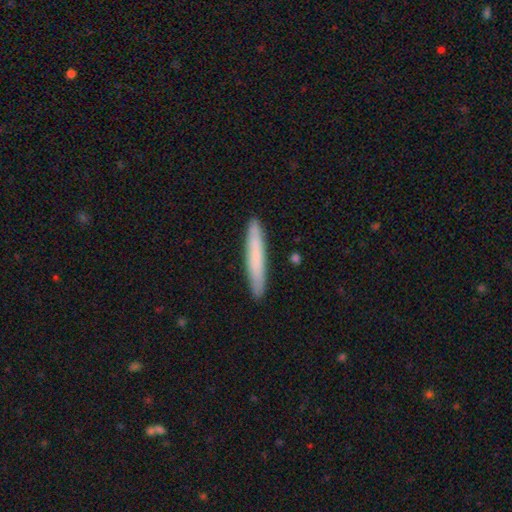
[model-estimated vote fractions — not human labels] Smooth or featured? smooth (73%)
How rounded? cigar-shaped (95%)
Merging? none (90%)